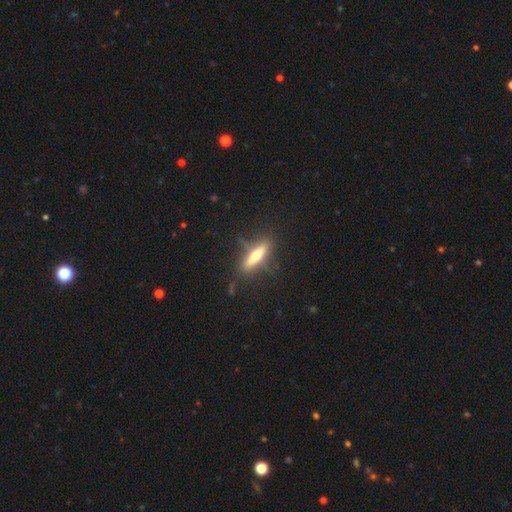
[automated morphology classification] featured or disk 51%, smooth 43%, star or artifact 7%. Down the decision tree: edge-on disk — yes (88%); merging — none (77%).